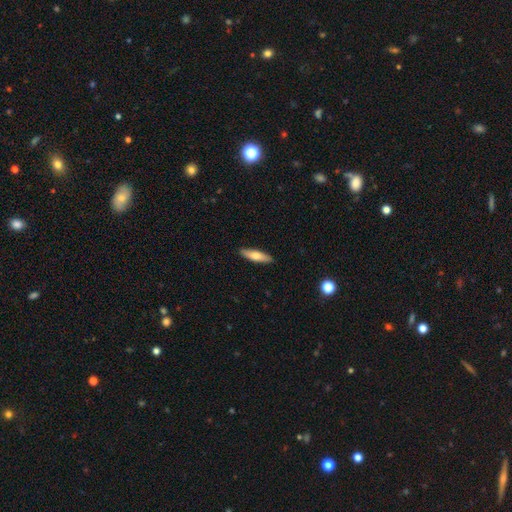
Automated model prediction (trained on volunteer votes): This is likely a smooth galaxy (68%). How rounded: likely cigar-shaped (68%). Merging: clearly none (89%).